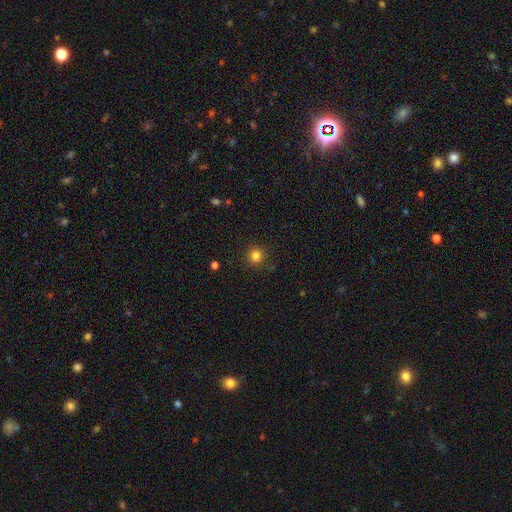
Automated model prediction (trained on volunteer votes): Morphology: type=smooth (82%); roundness=round (93%); merging=none (89%).